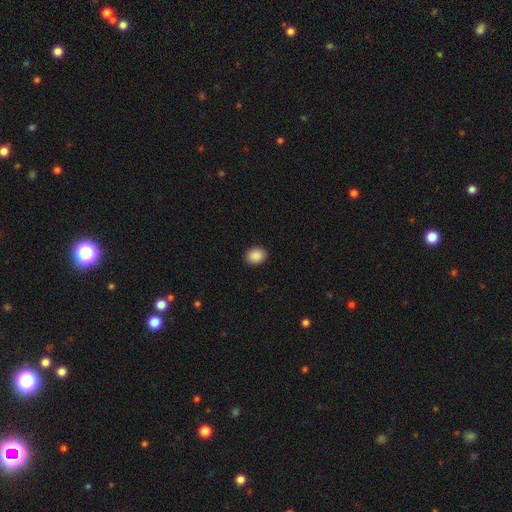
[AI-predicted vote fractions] A smooth galaxy with no disk features (89%) that is round (52%).

Vote fractions:
- Smooth or featured? smooth: 89% / star or artifact: 8% / featured or disk: 2%
- How rounded? round: 52% / in between: 47% / cigar-shaped: 1%
- Merging? none: 91% / minor disturbance: 6% / major disturbance: 2% / merger: 1%